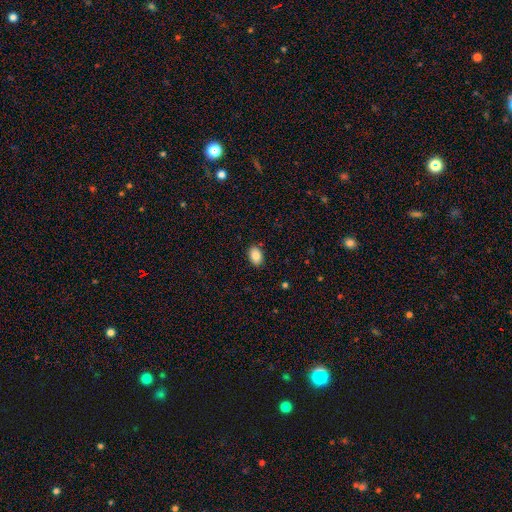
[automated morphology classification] This is clearly a smooth galaxy (87%). How rounded: clearly in between (85%). Merging: clearly none (88%).